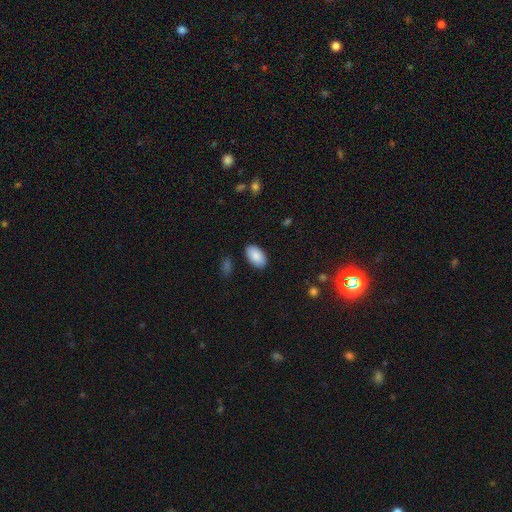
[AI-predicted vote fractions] Smooth or featured? smooth (88%)
How rounded? in between (95%)
Merging? none (87%)